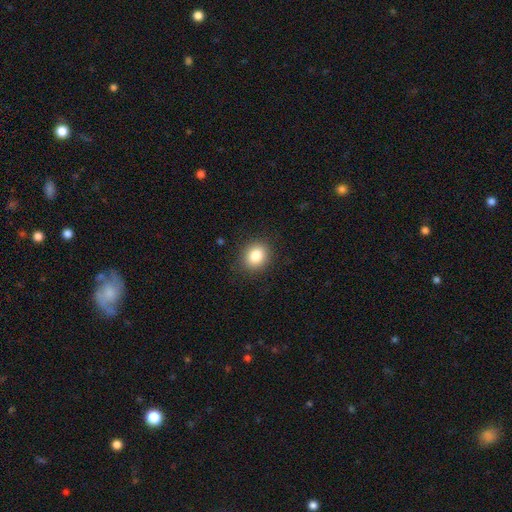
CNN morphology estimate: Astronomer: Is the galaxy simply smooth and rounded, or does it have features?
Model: smooth — 84%.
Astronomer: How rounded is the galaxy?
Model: round — 67%.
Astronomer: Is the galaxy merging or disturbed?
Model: none — 88%.